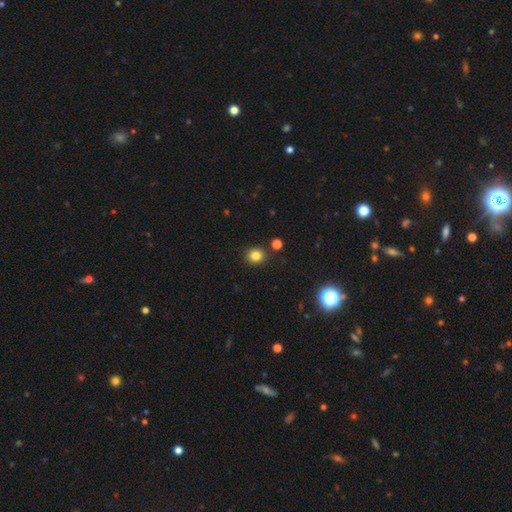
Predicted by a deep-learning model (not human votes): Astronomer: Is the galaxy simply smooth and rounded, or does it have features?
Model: smooth — 82%.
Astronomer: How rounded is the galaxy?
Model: round — 80%.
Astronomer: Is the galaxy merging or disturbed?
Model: none — 87%.